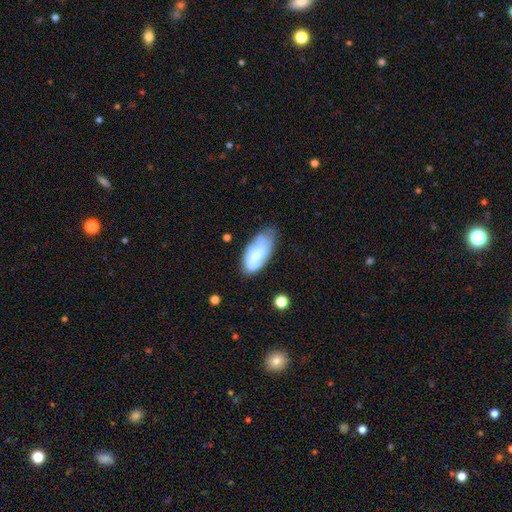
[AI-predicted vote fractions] Smooth or featured?
  - featured or disk: 57% *
  - smooth: 36%
  - star or artifact: 7%
Edge-on disk?
  - no: 94% *
  - yes: 6%
Bar?
  - no: 49% *
  - weak: 40%
  - strong: 11%
Spiral arms?
  - yes: 86% *
  - no: 14%
Bulge size?
  - small: 46% *
  - moderate: 35%
  - none: 13%
  - large: 5%
  - dominant: 2%
Merging?
  - none: 58% *
  - minor disturbance: 28%
  - major disturbance: 11%
  - merger: 3%